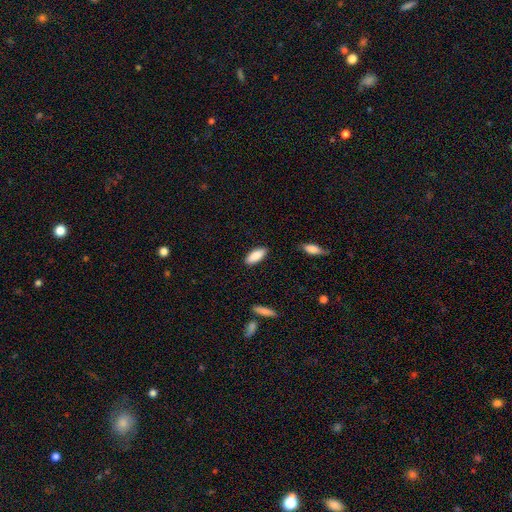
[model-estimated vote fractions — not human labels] Overall: smooth (87%). How rounded: in between (81%). Merging: none (88%).